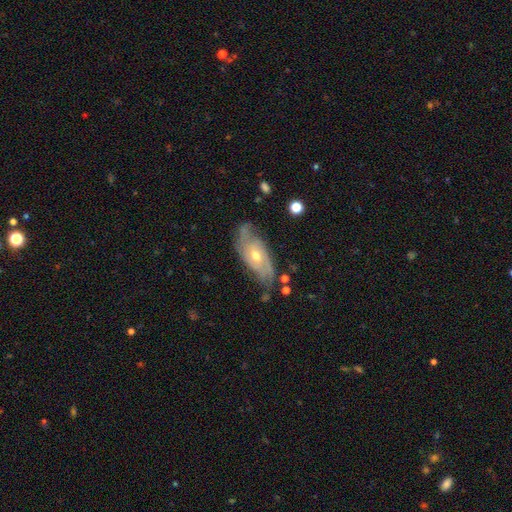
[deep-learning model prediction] Morphology: type=featured or disk (78%); edge-on=no (89%); bar=no (74%); spiral arms=yes (90%); winding=tight (47%); arm count=2 (51%); bulge=moderate (56%); merging=none (67%).